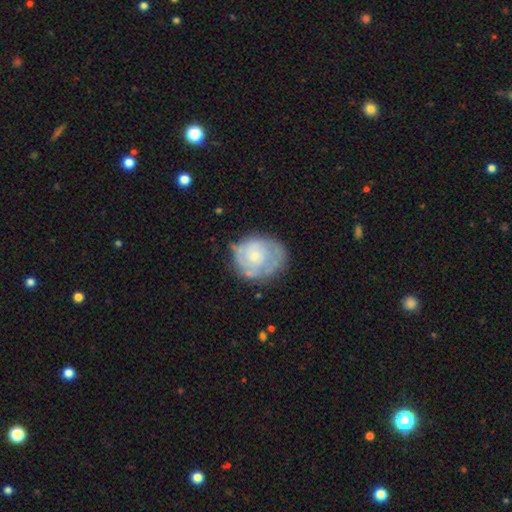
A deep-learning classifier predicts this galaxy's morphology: smooth-or-featured: featured or disk: 61% | smooth: 32% | star or artifact: 7%
  disk-edge-on: no: 97% | yes: 3%
    bar: no: 83% | weak: 14% | strong: 2%
    has-spiral-arms: yes: 67% | no: 33%
    bulge-size: small: 66% | moderate: 27% | none: 4% | large: 2% | dominant: 1%
  merging: none: 64% | minor disturbance: 24% | major disturbance: 10% | merger: 3%